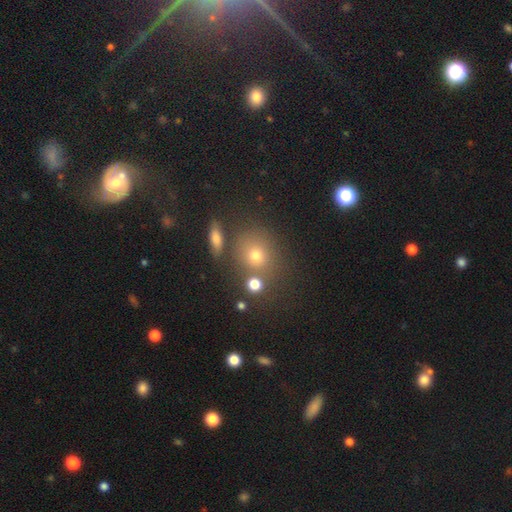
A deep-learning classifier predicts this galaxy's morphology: A smooth galaxy with no disk features (67%) that is round (80%).

Vote fractions:
- Smooth or featured? smooth: 67% / star or artifact: 20% / featured or disk: 13%
- How rounded? round: 80% / in between: 19% / cigar-shaped: 2%
- Merging? none: 71% / merger: 14% / minor disturbance: 11% / major disturbance: 5%